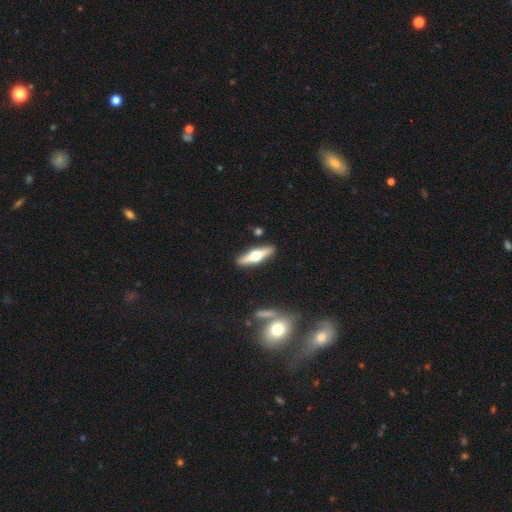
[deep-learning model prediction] Morphology: type=featured or disk (64%); edge-on=yes (95%); edge-on bulge=rounded (96%); merging=none (88%).